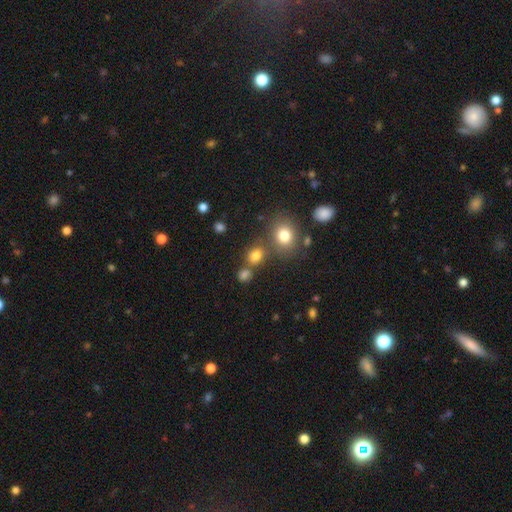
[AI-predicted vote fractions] The model was most divided on "how rounded": round: 57%, in between: 42%, cigar-shaped: 1%. More confident: smooth or featured — smooth (77%); merging — none (64%).